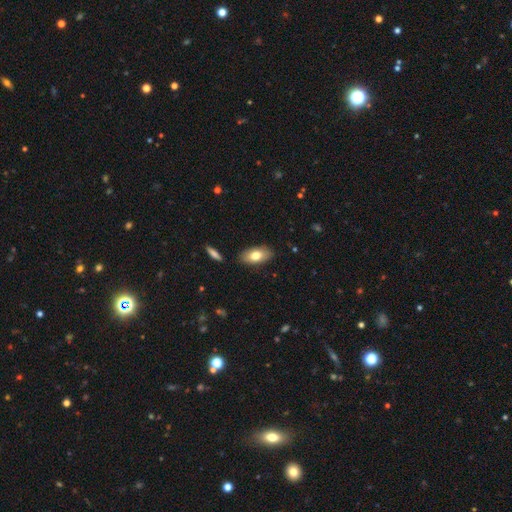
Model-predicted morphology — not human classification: This appears to be a smooth galaxy with no disk features (75%) that is in between round and cigar-shaped (90%). Merging: none (86%).